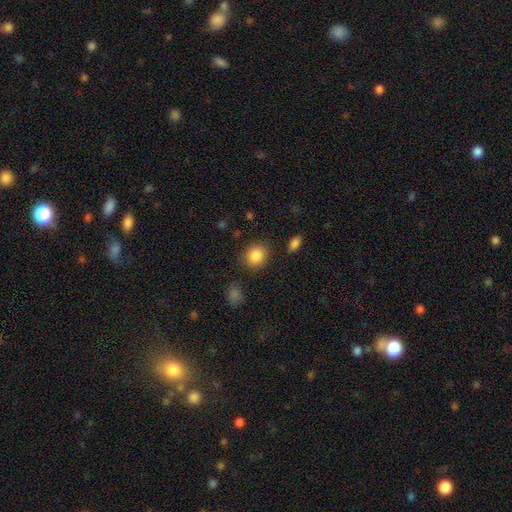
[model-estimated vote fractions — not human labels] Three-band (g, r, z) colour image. It shows a smooth galaxy with no disk features (87%) that is round (68%). Merging: none (83%).